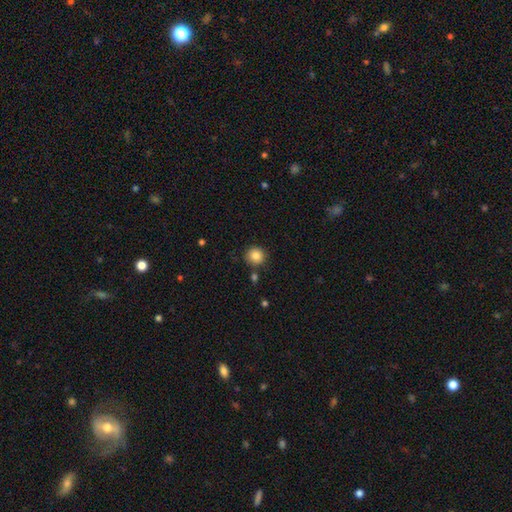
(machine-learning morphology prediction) smooth_or_featured: smooth (p=0.85) [alt: star or artifact p=0.10]
how_rounded: round (p=0.93) [alt: in between p=0.06]
merging: none (p=0.86) [alt: minor disturbance p=0.08]